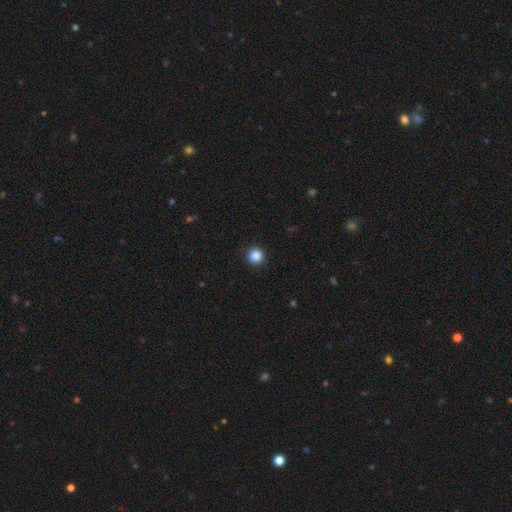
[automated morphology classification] Smooth or featured? Predicted: smooth (p=0.86). How rounded? Predicted: round (p=0.95). Merging? Predicted: none (p=0.92).